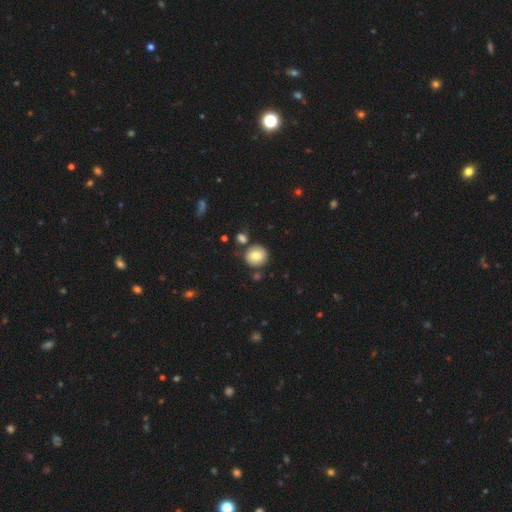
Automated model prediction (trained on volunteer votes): smooth-or-featured: smooth: 79% | featured or disk: 12% | star or artifact: 9%
  how-rounded: round: 88% | in between: 11% | cigar-shaped: 1%
  merging: none: 78% | minor disturbance: 10% | merger: 8% | major disturbance: 3%